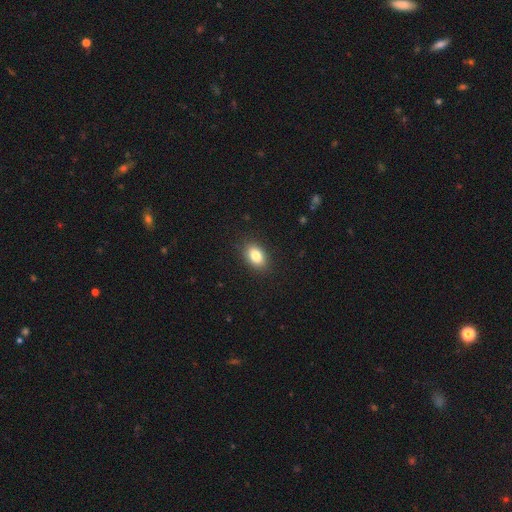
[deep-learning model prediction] Smooth or featured: smooth — 83% (star or artifact — 9%)
How rounded: in between — 86% (round — 12%)
Merging: none — 88% (minor disturbance — 8%)